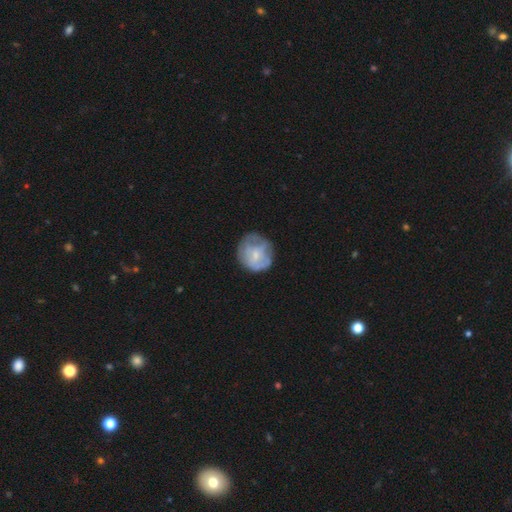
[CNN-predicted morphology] smooth 56%, featured or disk 37%, star or artifact 8%. Down the decision tree: how rounded — round (88%); merging — none (65%).